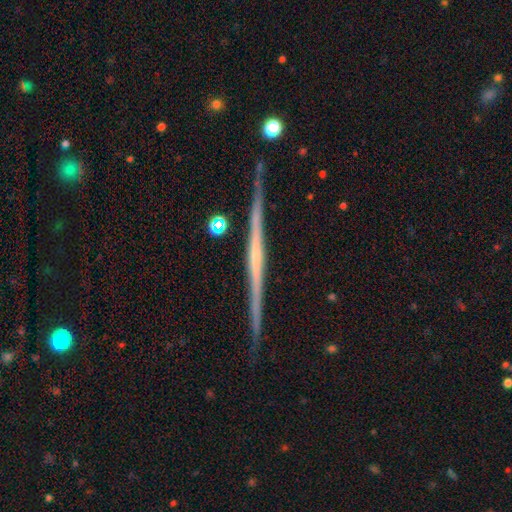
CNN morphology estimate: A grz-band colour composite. It shows a featured or disk galaxy (79%) viewed edge-on (98%) with no central bulge (74%). Merging: none (90%).